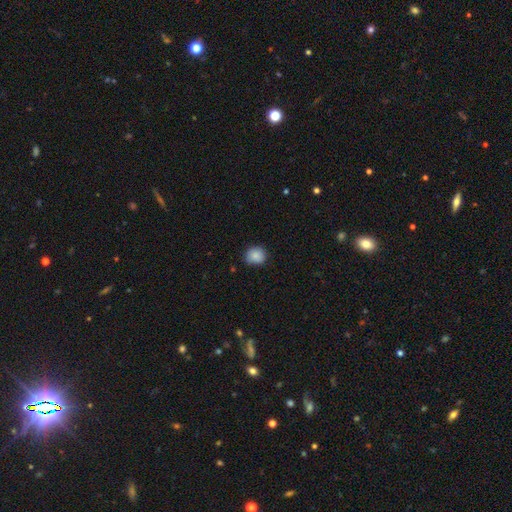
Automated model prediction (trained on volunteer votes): smooth_or_featured: smooth (p=0.86) [alt: star or artifact p=0.08]
how_rounded: round (p=0.83) [alt: in between p=0.16]
merging: none (p=0.78) [alt: minor disturbance p=0.18]